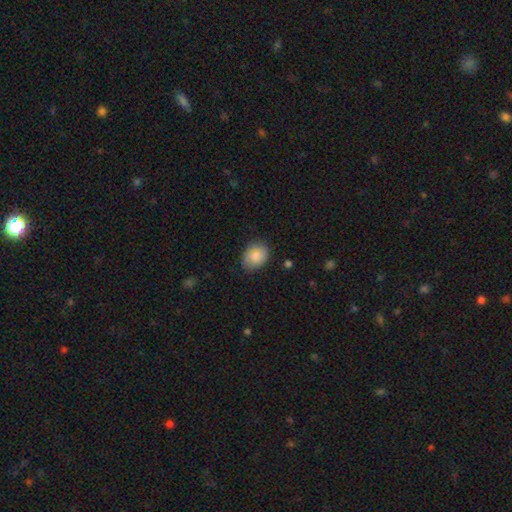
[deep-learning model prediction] Overall: smooth (85%). How rounded: in between (58%; round 41%). Merging: none (82%).